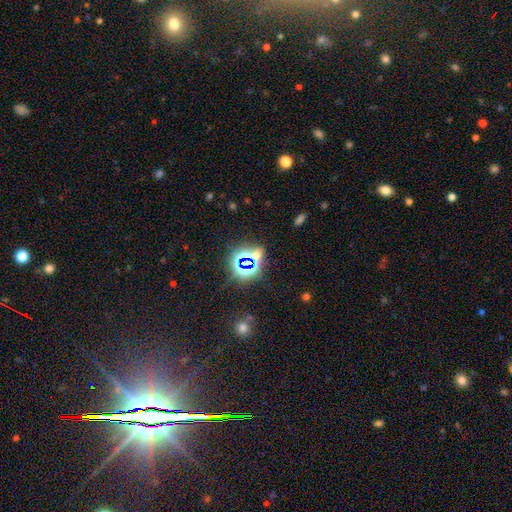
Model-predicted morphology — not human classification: The model was most divided on "smooth or featured": star or artifact: 72%, smooth: 19%, featured or disk: 9%.